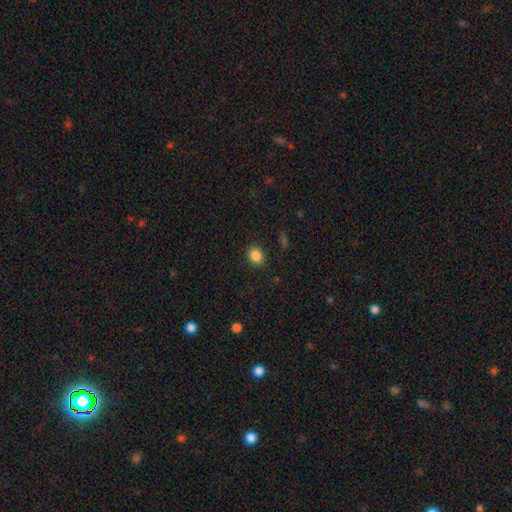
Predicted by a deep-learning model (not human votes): This appears to be a smooth galaxy with no disk features (86%) that is in between round and cigar-shaped (50%). Merging: none (87%).